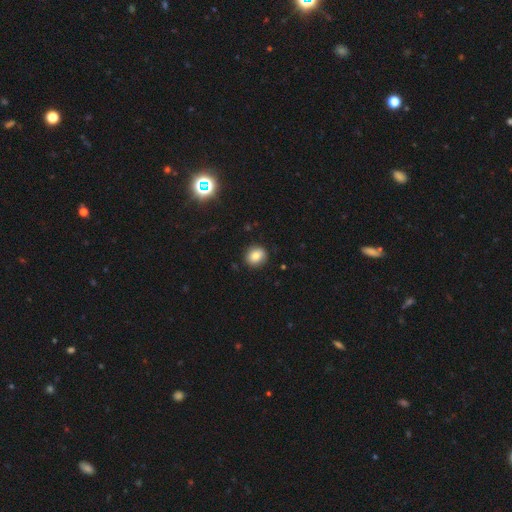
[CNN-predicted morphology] Smooth or featured? smooth (78%)
How rounded? round (77%)
Merging? none (86%)